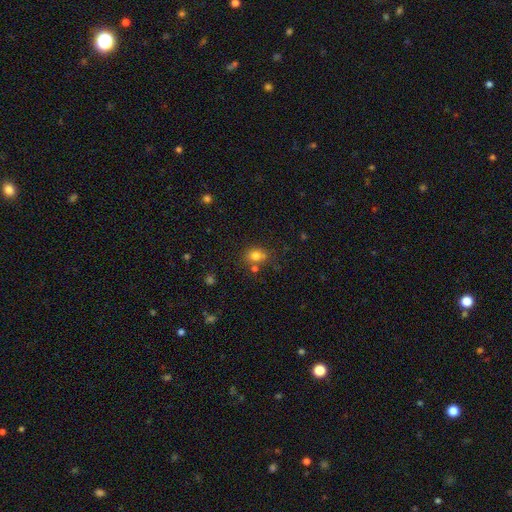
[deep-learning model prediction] This appears to be a smooth galaxy with no disk features (76%) that is round (63%). Merging: none (59%).